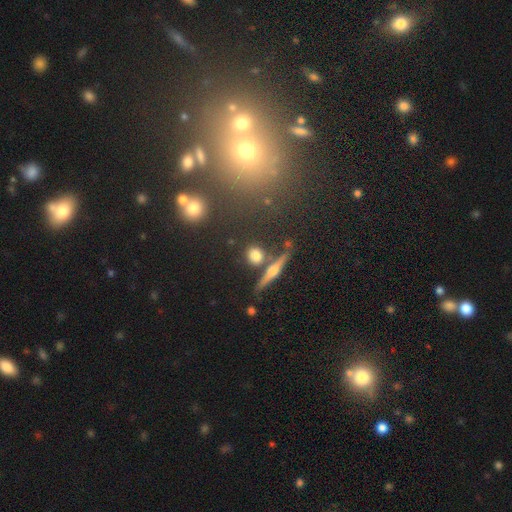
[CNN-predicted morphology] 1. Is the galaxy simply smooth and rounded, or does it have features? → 65% smooth, 24% featured or disk, 11% star or artifact.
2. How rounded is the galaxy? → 75% round, 17% in between, 8% cigar-shaped.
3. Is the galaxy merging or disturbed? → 76% none, 11% merger, 9% minor disturbance, 3% major disturbance.